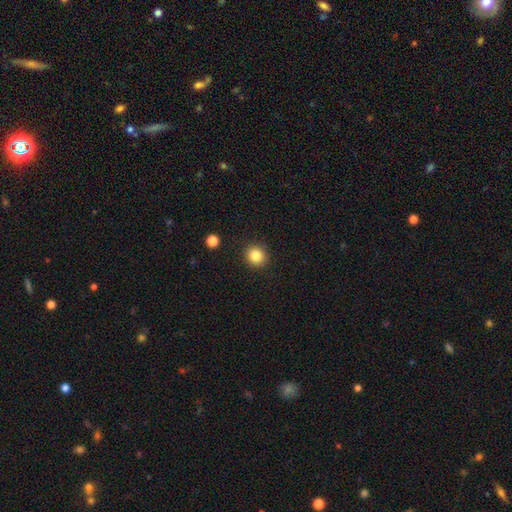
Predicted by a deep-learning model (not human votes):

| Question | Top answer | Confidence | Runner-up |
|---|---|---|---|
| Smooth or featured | smooth | 84% | star or artifact (11%) |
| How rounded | round | 90% | in between (9%) |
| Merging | none | 91% | minor disturbance (6%) |